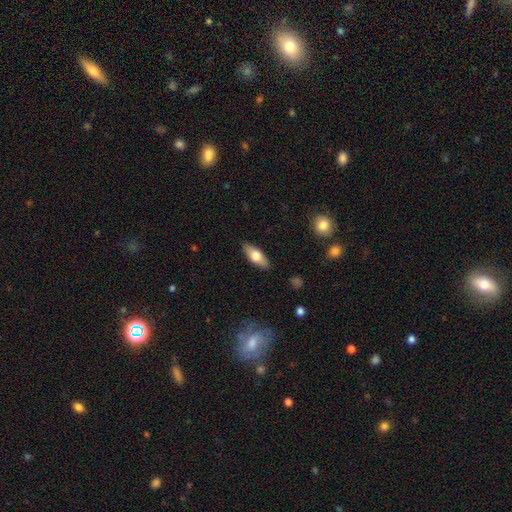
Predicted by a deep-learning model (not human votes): Morphology: type=smooth (65%); roundness=in between (74%); merging=none (88%).